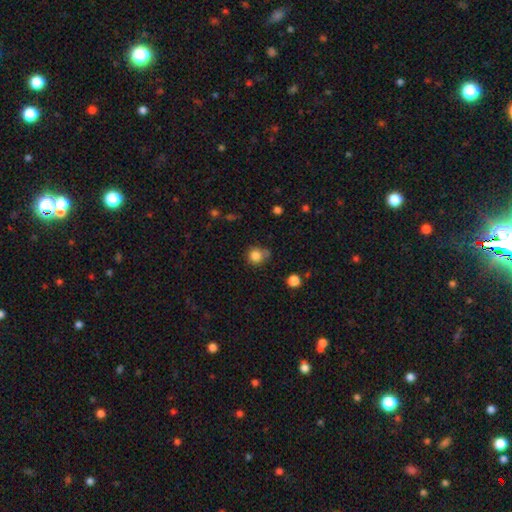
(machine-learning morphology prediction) Overall: smooth (83%). How rounded: round (88%). Merging: none (64%).